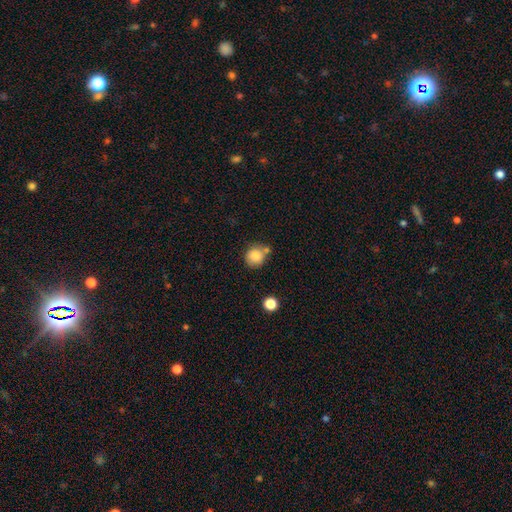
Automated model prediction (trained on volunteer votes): Smooth or featured? Predicted: smooth (p=0.84). How rounded? Predicted: round (p=0.86). Merging? Predicted: none (p=0.63).